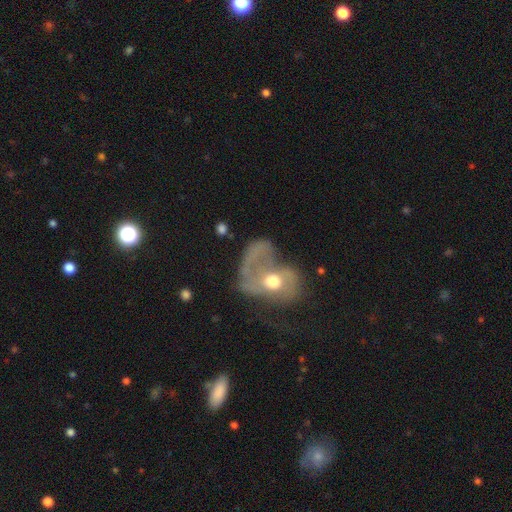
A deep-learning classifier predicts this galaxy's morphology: smooth-or-featured: featured or disk: 60% | smooth: 29% | star or artifact: 12%
  disk-edge-on: no: 96% | yes: 4%
    bar: no: 79% | weak: 16% | strong: 5%
    has-spiral-arms: no: 54% | yes: 46%
    bulge-size: moderate: 71% | small: 13% | large: 12% | none: 2% | dominant: 2%
  merging: major disturbance: 52% | none: 18% | minor disturbance: 15% | merger: 14%